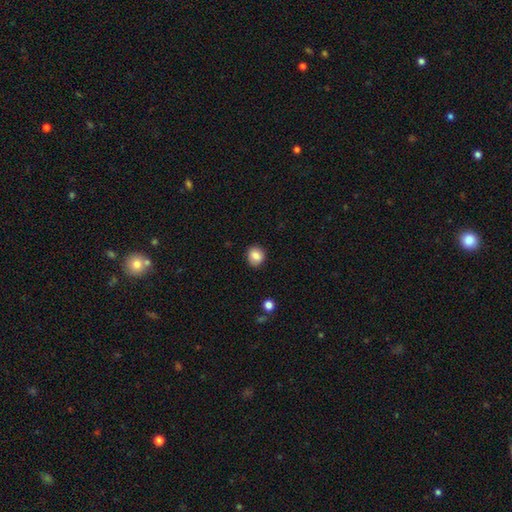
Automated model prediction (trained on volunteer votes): Q: Smooth or featured?
A: smooth (84%); runner-up: star or artifact (9%)
Q: How rounded?
A: round (73%); runner-up: in between (26%)
Q: Merging?
A: none (85%); runner-up: minor disturbance (11%)